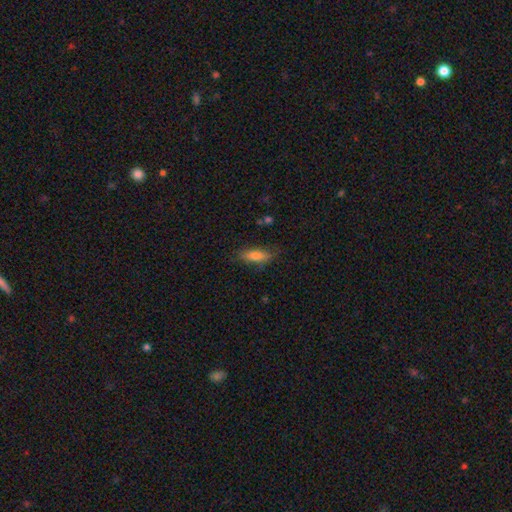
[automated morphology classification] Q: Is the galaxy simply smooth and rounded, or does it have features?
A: smooth — 75%.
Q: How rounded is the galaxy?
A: in between — 52%.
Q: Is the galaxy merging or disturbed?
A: none — 77%.